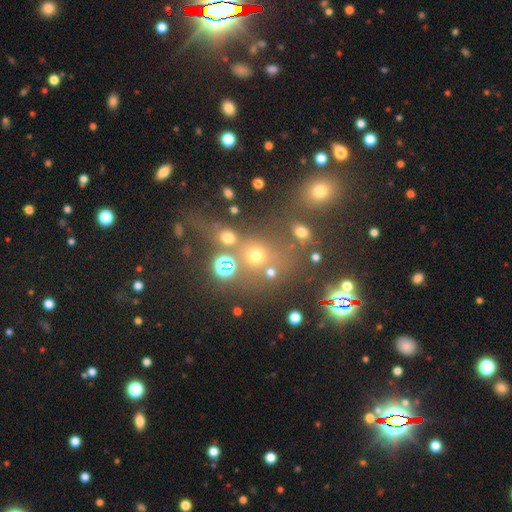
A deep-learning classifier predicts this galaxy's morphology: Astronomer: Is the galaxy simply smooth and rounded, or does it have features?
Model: smooth — 60%.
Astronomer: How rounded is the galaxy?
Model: round — 80%.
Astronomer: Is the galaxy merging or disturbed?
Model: none — 56%.